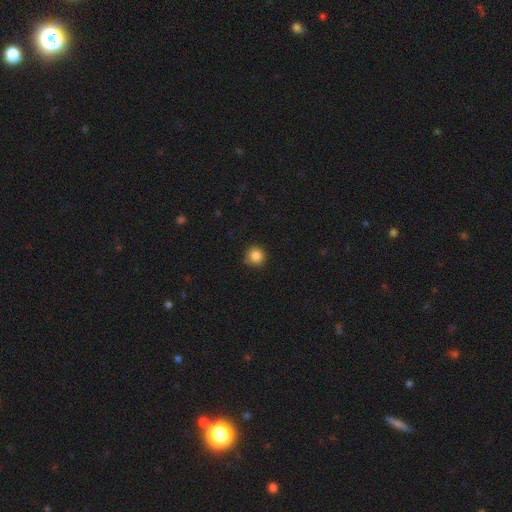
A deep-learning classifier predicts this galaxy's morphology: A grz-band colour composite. It shows a smooth galaxy with no disk features (85%) that is round (92%). Merging: none (78%).